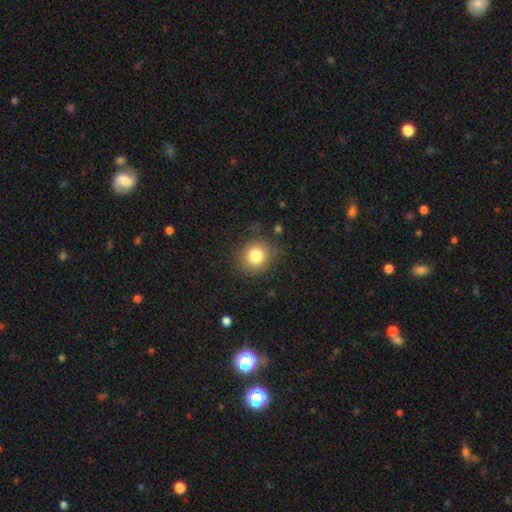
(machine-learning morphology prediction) smooth 81%, star or artifact 11%, featured or disk 8%. Down the decision tree: how rounded — round (83%); merging — none (84%).